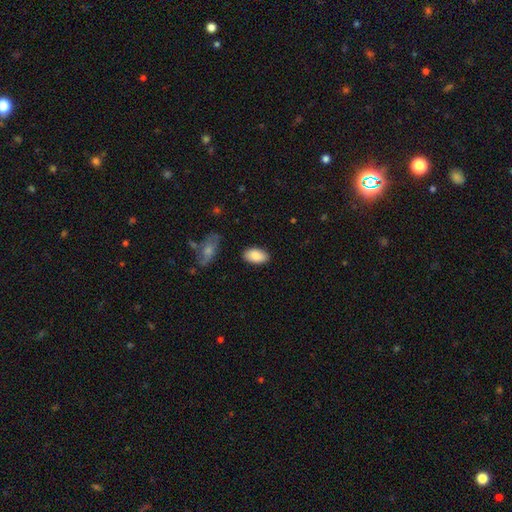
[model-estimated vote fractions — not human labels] Smooth or featured? Predicted: smooth (p=0.88). How rounded? Predicted: in between (p=0.94). Merging? Predicted: none (p=0.85).